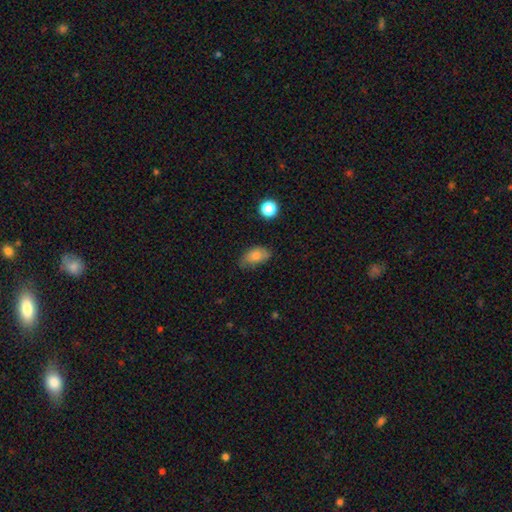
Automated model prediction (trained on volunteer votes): Smooth or featured?
  - smooth: 78% *
  - featured or disk: 13%
  - star or artifact: 9%
How rounded?
  - in between: 89% *
  - round: 9%
  - cigar-shaped: 2%
Merging?
  - none: 60% *
  - minor disturbance: 32%
  - major disturbance: 7%
  - merger: 2%